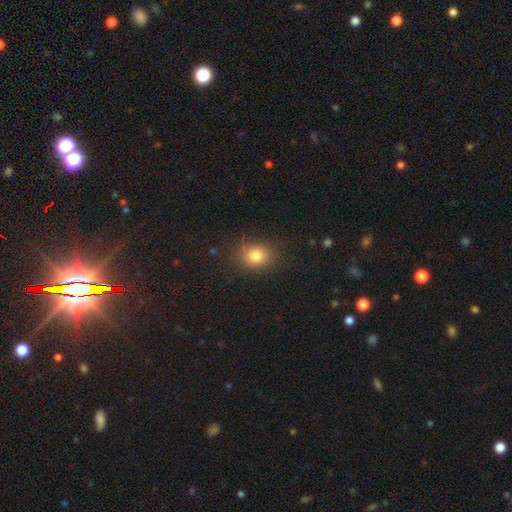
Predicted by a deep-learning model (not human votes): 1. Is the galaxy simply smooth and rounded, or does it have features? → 81% smooth, 12% star or artifact, 7% featured or disk.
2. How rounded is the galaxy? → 59% round, 40% in between, 1% cigar-shaped.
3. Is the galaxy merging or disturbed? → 82% none, 13% minor disturbance, 4% major disturbance, 1% merger.